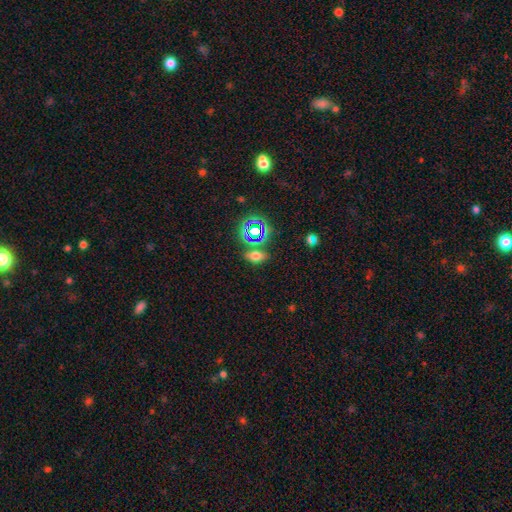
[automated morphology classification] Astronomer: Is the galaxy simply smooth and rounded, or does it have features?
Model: smooth — 58%.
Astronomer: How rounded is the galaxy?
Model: in between — 74%.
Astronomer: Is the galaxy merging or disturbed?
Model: none — 75%.